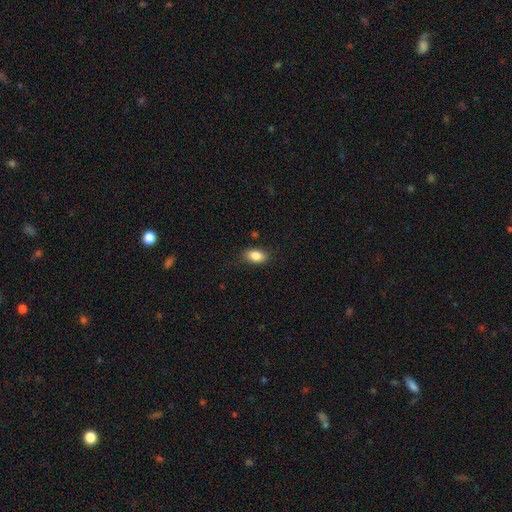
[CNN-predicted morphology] smooth_or_featured: smooth (p=0.86) [alt: star or artifact p=0.08]
how_rounded: in between (p=0.88) [alt: round p=0.10]
merging: none (p=0.83) [alt: minor disturbance p=0.12]